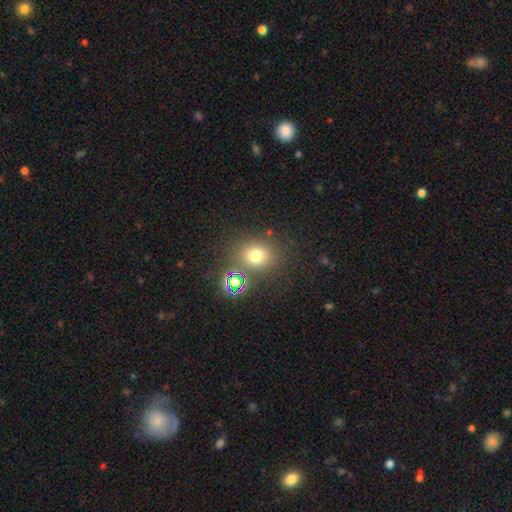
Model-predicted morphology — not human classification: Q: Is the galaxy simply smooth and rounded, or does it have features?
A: smooth — 70%.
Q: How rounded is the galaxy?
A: round — 76%.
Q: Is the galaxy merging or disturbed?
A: none — 76%.